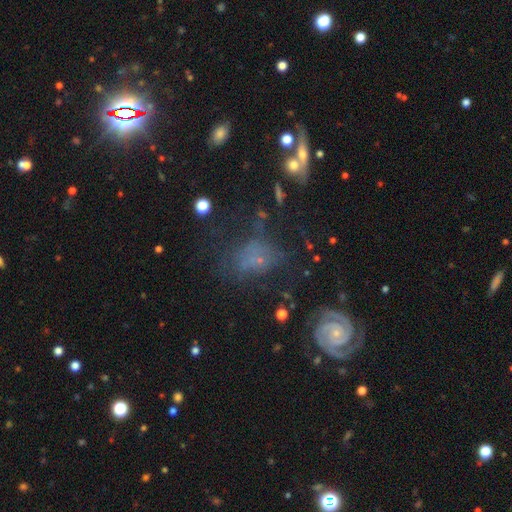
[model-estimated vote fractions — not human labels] This is possibly a featured or disk galaxy (52%). It is clearly not viewed edge-on (94%). Merging: possibly none (56%).